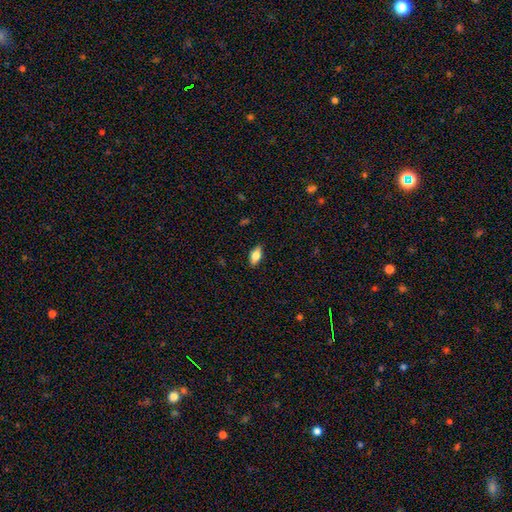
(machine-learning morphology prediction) Smooth or featured: smooth — 67% (featured or disk — 25%)
How rounded: in between — 83% (cigar-shaped — 14%)
Merging: none — 87% (minor disturbance — 10%)